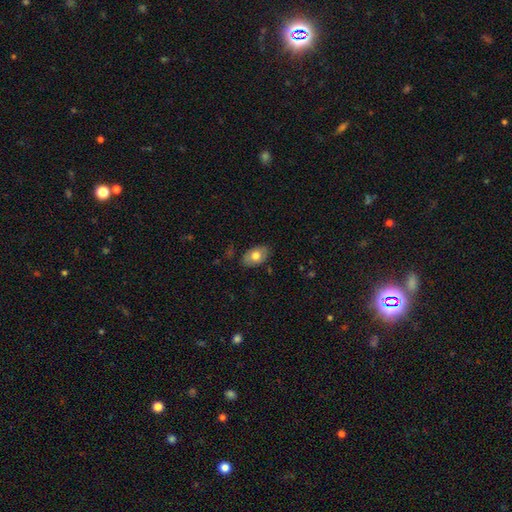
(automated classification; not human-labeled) smooth 69%, featured or disk 25%, star or artifact 7%. Down the decision tree: how rounded — in between (90%); merging — none (82%).